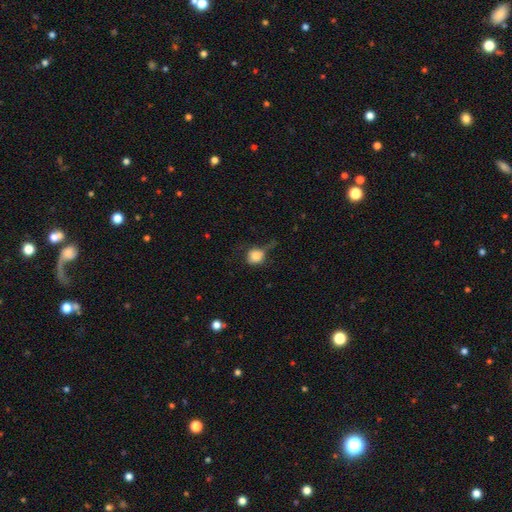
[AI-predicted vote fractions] Smooth or featured?
  - smooth: 74% *
  - featured or disk: 15%
  - star or artifact: 11%
How rounded?
  - round: 82% *
  - in between: 16%
  - cigar-shaped: 1%
Merging?
  - none: 44% *
  - minor disturbance: 30%
  - major disturbance: 22%
  - merger: 4%